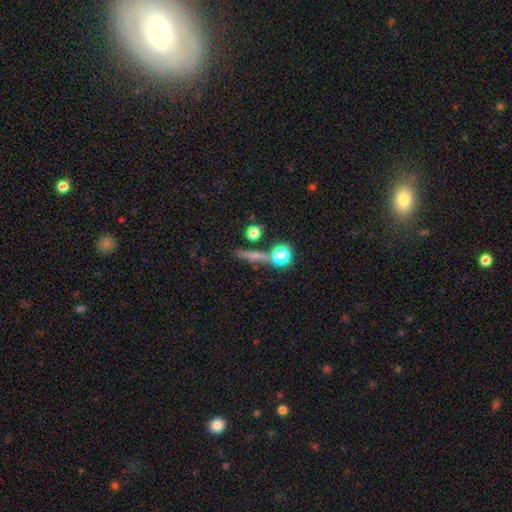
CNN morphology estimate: Smooth or featured? smooth (55%)
How rounded? cigar-shaped (64%)
Merging? none (73%)